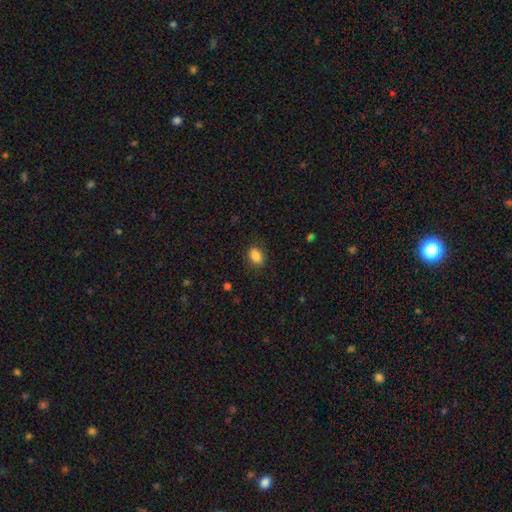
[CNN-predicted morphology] Smooth or featured: smooth — 87% (star or artifact — 9%)
How rounded: in between — 76% (round — 22%)
Merging: none — 85% (minor disturbance — 11%)